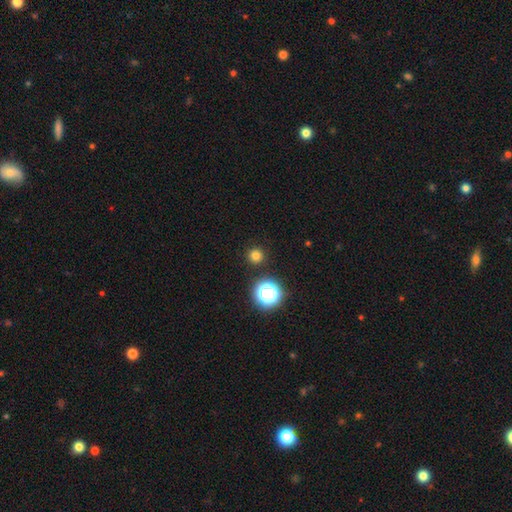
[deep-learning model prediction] Smooth or featured? Predicted: smooth (p=0.76). How rounded? Predicted: round (p=0.96). Merging? Predicted: none (p=0.91).